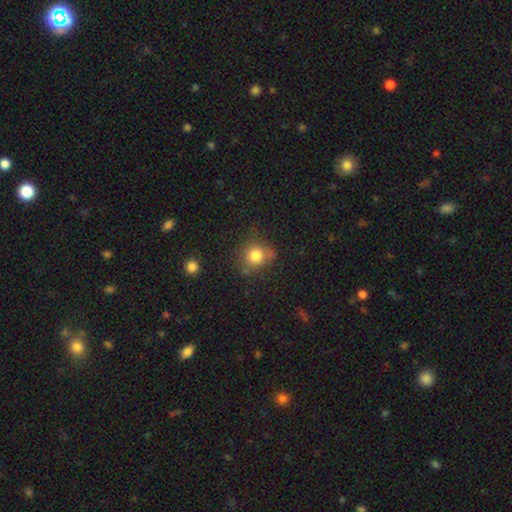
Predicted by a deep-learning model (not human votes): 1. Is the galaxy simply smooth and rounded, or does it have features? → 80% smooth, 12% star or artifact, 8% featured or disk.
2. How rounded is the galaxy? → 84% round, 14% in between, 1% cigar-shaped.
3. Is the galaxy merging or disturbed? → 70% none, 19% minor disturbance, 6% major disturbance, 5% merger.